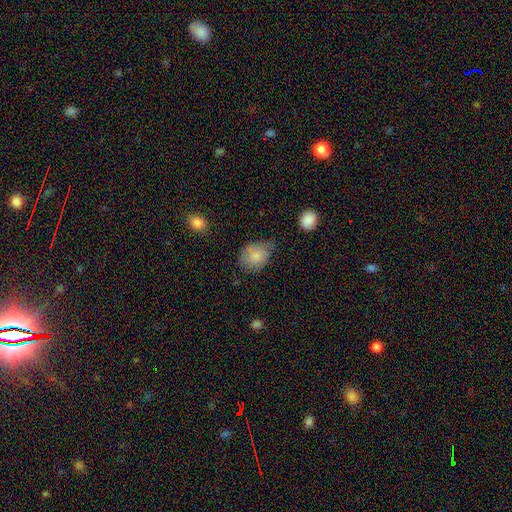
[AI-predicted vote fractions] Smooth or featured?
  - smooth: 81% *
  - featured or disk: 12%
  - star or artifact: 8%
How rounded?
  - in between: 58% *
  - round: 40%
  - cigar-shaped: 1%
Merging?
  - none: 46% *
  - minor disturbance: 40%
  - major disturbance: 12%
  - merger: 3%